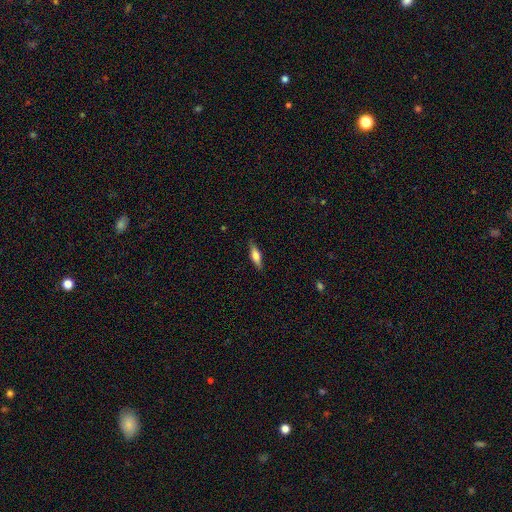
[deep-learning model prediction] A smooth galaxy with no disk features (66%) that is cigar-shaped (52%).

Vote fractions:
- Smooth or featured? smooth: 66% / featured or disk: 28% / star or artifact: 7%
- How rounded? cigar-shaped: 52% / in between: 46% / round: 2%
- Merging? none: 84% / minor disturbance: 12% / major disturbance: 3% / merger: 1%